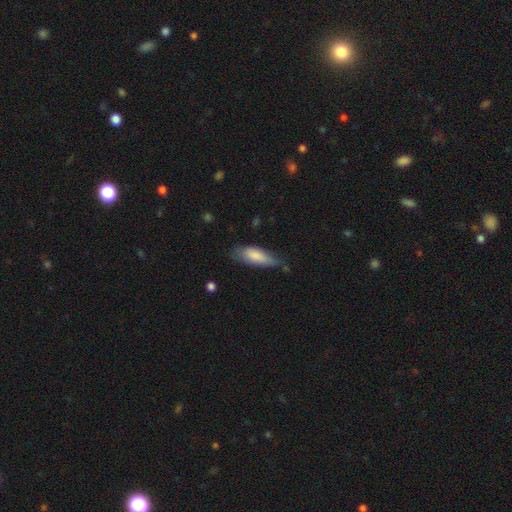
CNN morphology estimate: Smooth or featured?
  - smooth: 80% *
  - featured or disk: 14%
  - star or artifact: 6%
How rounded?
  - in between: 65% *
  - cigar-shaped: 33%
  - round: 2%
Merging?
  - none: 52% *
  - minor disturbance: 37%
  - major disturbance: 9%
  - merger: 3%